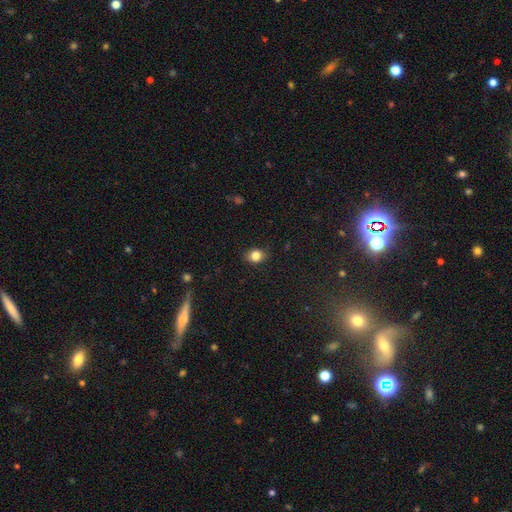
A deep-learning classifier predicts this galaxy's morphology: This appears to be a smooth galaxy with no disk features (84%) that is in between round and cigar-shaped (51%). Merging: none (84%).